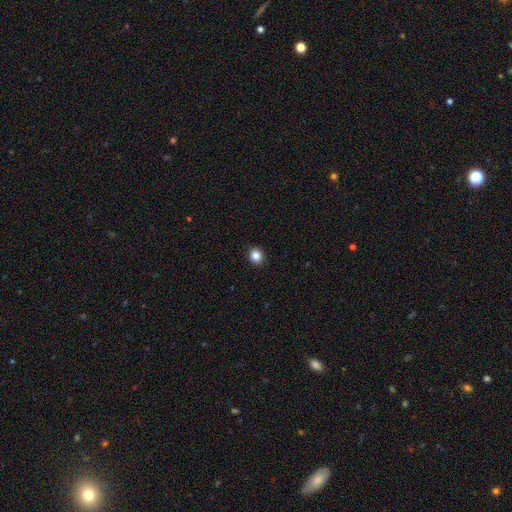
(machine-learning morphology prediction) This appears to be a smooth galaxy with no disk features (85%) that is round (86%). Merging: none (93%).